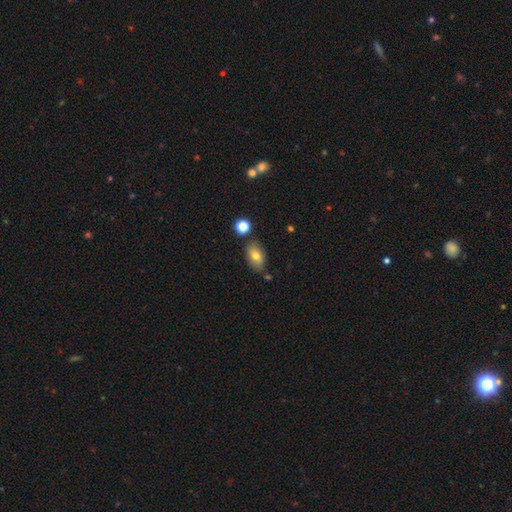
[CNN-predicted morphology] A smooth galaxy with no disk features (74%) that is in between round and cigar-shaped (86%). Merging: none (75%).